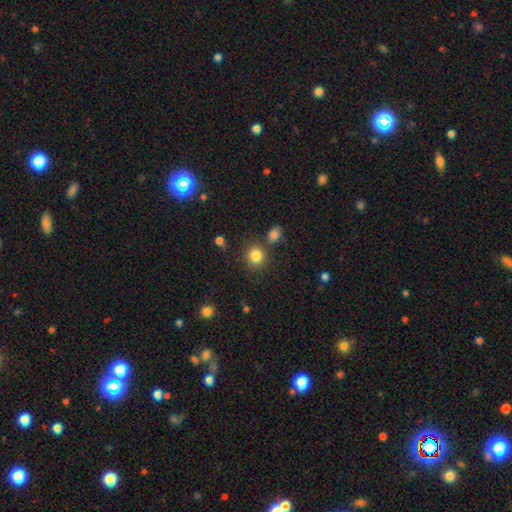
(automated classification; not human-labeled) This appears to be a smooth galaxy with no disk features (82%) that is round (86%). Merging: none (77%).